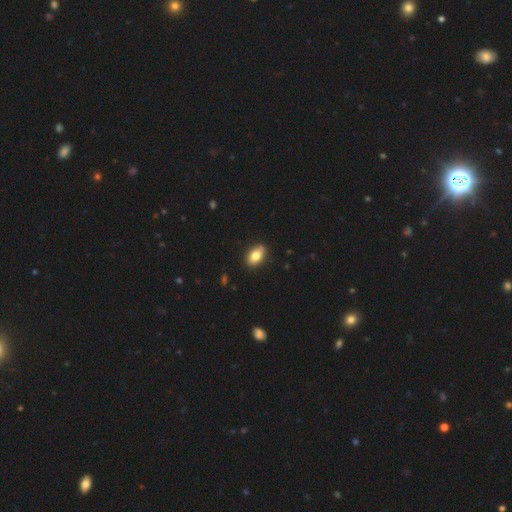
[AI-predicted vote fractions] A smooth galaxy with no disk features (80%) that is in between round and cigar-shaped (88%).

Vote fractions:
- Smooth or featured? smooth: 80% / featured or disk: 12% / star or artifact: 8%
- How rounded? in between: 88% / round: 9% / cigar-shaped: 3%
- Merging? none: 85% / minor disturbance: 12% / major disturbance: 2% / merger: 1%